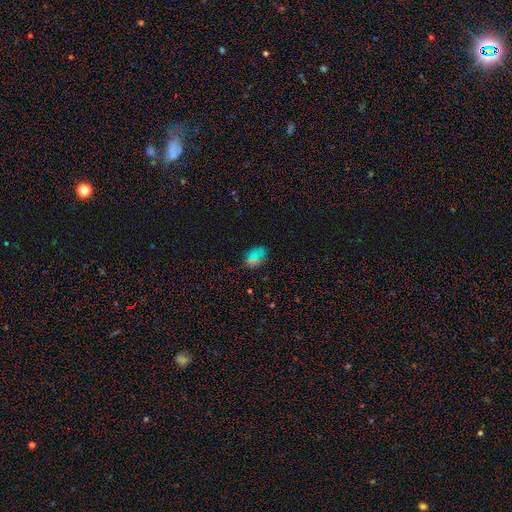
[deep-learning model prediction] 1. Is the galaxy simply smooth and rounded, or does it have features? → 57% smooth, 35% star or artifact, 9% featured or disk.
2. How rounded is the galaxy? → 82% in between, 15% round, 3% cigar-shaped.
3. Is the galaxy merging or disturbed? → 77% none, 15% minor disturbance, 5% major disturbance, 3% merger.